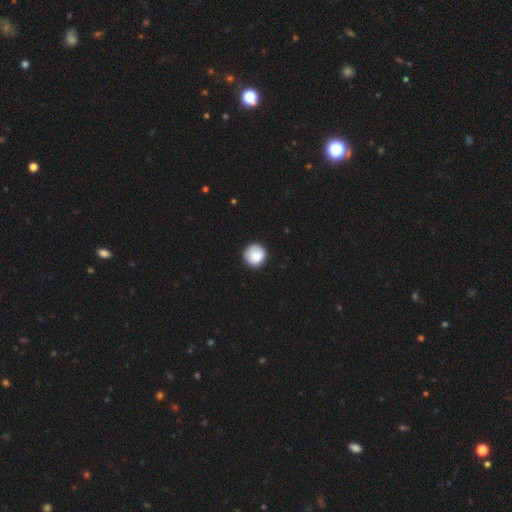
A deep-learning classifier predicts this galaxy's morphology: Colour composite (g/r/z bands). It shows a smooth galaxy with no disk features (87%) that is round (95%). Merging: none (87%).